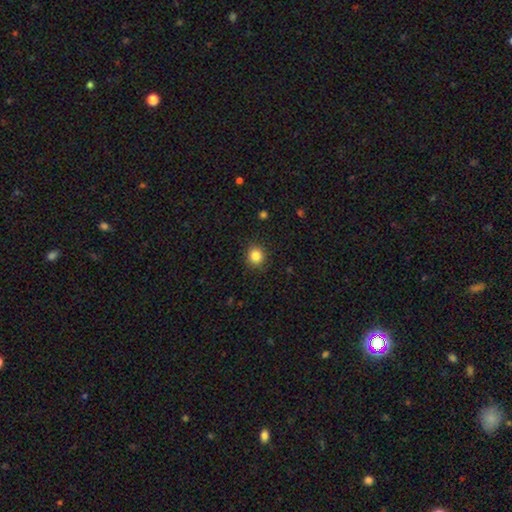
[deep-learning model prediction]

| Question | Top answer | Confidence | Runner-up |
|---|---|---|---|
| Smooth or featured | smooth | 84% | star or artifact (11%) |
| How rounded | round | 87% | in between (12%) |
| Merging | none | 90% | minor disturbance (7%) |